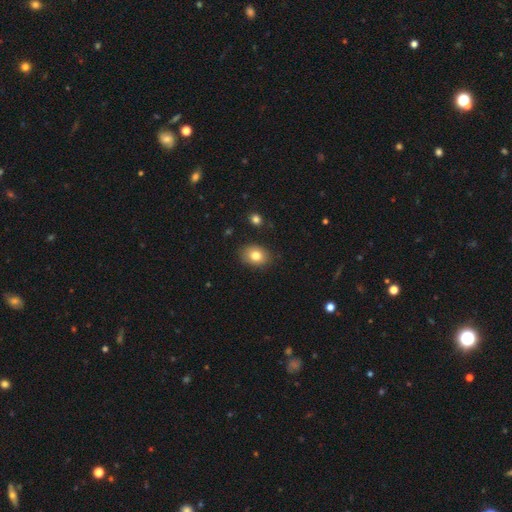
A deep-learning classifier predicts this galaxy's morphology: The model was most divided on "how rounded": in between: 66%, round: 33%, cigar-shaped: 1%. More confident: merging — none (86%); smooth or featured — smooth (81%).